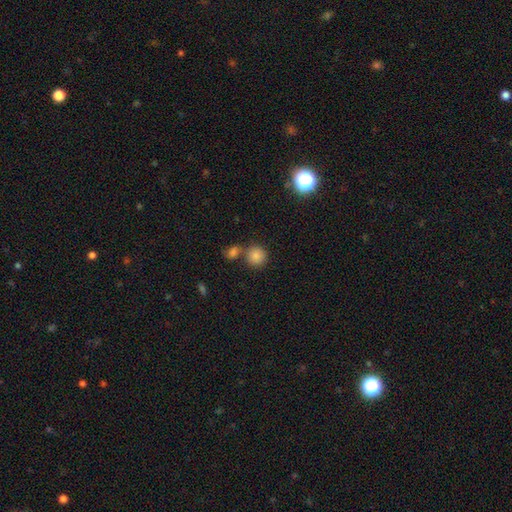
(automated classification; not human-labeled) Smooth or featured? Predicted: smooth (p=0.83). How rounded? Predicted: round (p=0.89). Merging? Predicted: none (p=0.59).